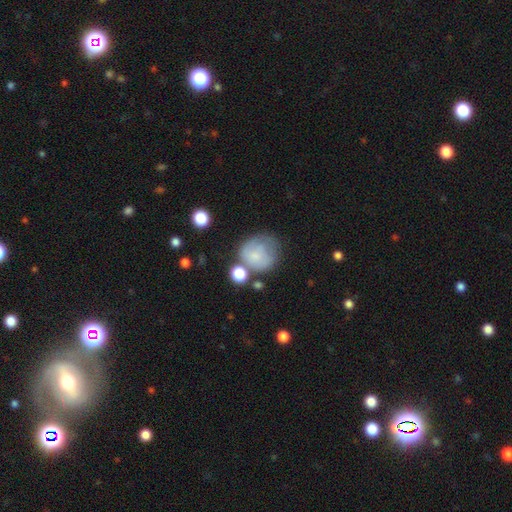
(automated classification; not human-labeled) Overall: smooth (67%). How rounded: round (77%). Merging: none (44%; minor disturbance 26%).